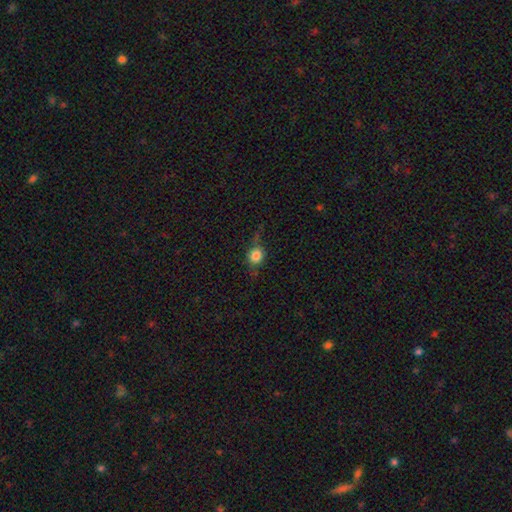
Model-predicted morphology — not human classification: smooth 76%, featured or disk 12%, star or artifact 11%. Down the decision tree: how rounded — round (73%); merging — none (60%).